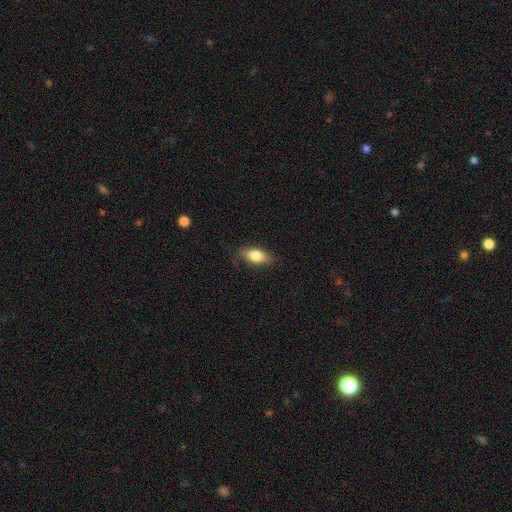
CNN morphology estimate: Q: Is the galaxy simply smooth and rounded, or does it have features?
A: smooth — 79%.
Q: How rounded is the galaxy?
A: in between — 82%.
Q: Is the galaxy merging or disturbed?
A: none — 80%.